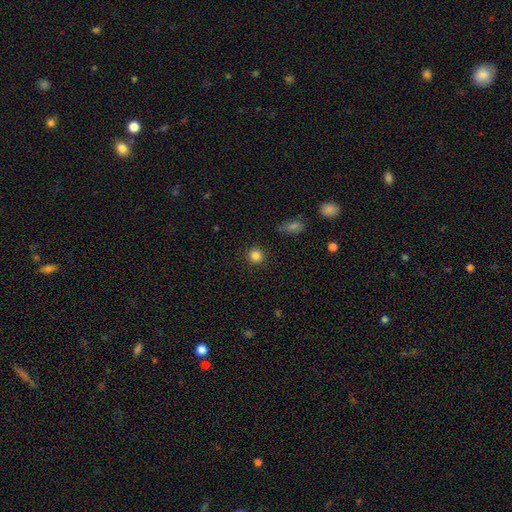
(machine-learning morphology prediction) smooth-or-featured: smooth: 84% | star or artifact: 11% | featured or disk: 4%
  how-rounded: round: 93% | in between: 6% | cigar-shaped: 1%
  merging: none: 90% | minor disturbance: 6% | major disturbance: 2% | merger: 2%